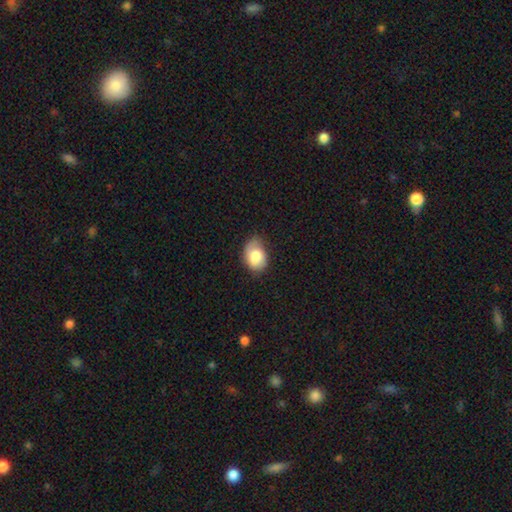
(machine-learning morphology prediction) smooth 75%, featured or disk 18%, star or artifact 7%. Down the decision tree: how rounded — in between (78%); merging — none (62%).